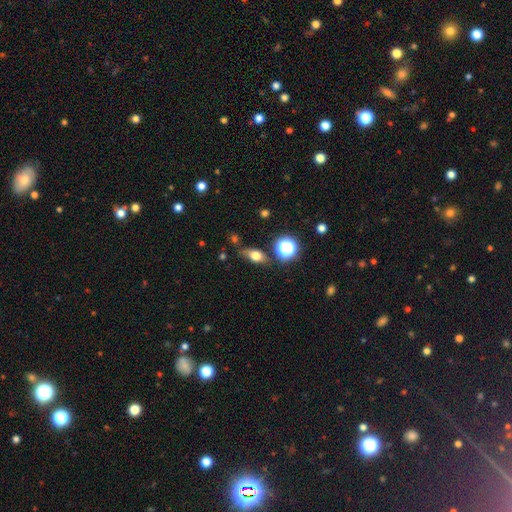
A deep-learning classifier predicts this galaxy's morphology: This appears to be a smooth galaxy with no disk features (68%) that is in between round and cigar-shaped (68%). Merging: none (64%).